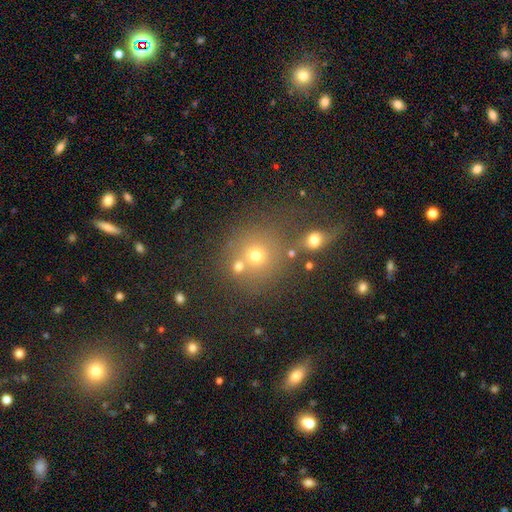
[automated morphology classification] A smooth galaxy with no disk features (62%) that is round (88%). Merging: none (61%).